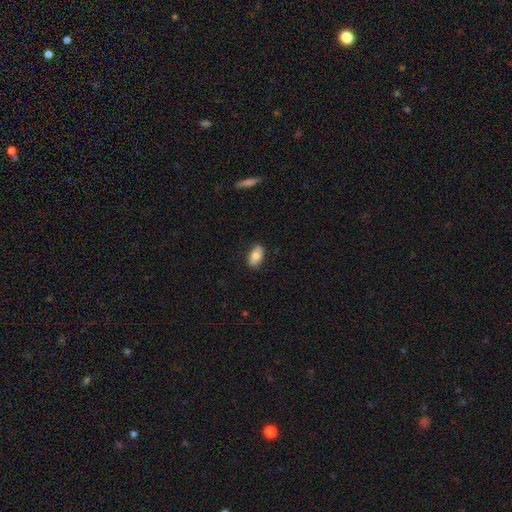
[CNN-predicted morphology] Q: Smooth or featured?
A: smooth (79%); runner-up: featured or disk (14%)
Q: How rounded?
A: in between (92%); runner-up: round (6%)
Q: Merging?
A: none (84%); runner-up: minor disturbance (13%)